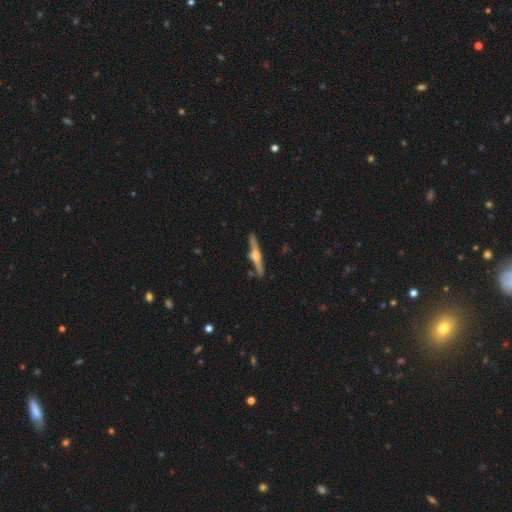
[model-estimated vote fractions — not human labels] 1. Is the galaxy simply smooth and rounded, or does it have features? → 75% featured or disk, 19% smooth, 5% star or artifact.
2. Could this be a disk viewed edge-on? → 98% yes, 2% no.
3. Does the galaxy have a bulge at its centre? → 93% rounded, 4% boxy, 3% none.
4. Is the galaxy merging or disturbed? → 86% none, 9% minor disturbance, 3% merger, 2% major disturbance.